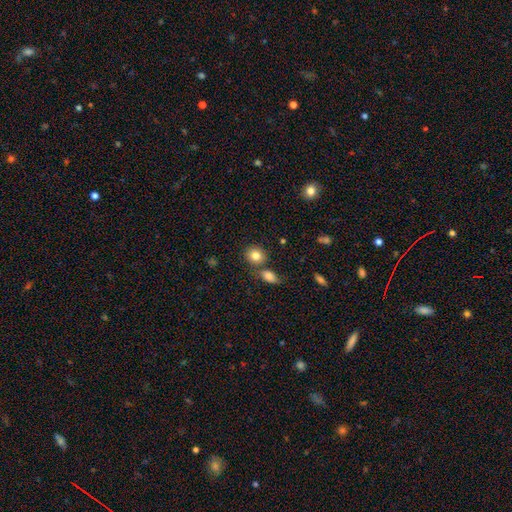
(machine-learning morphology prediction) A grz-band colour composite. It shows a smooth galaxy with no disk features (83%) that is round (72%). Merging: none (69%).